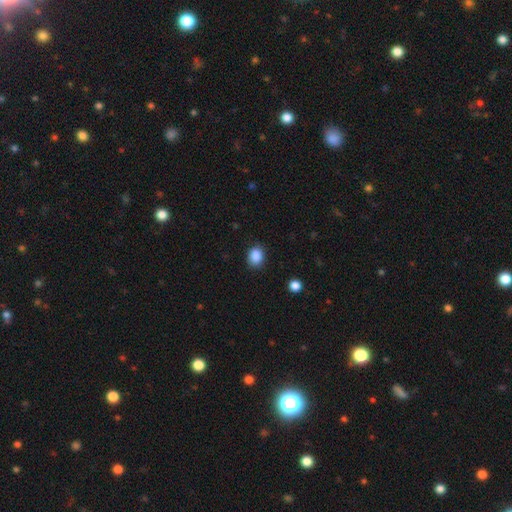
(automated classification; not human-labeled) smooth-or-featured: smooth: 88% | star or artifact: 9% | featured or disk: 3%
  how-rounded: in between: 50% | round: 49% | cigar-shaped: 1%
  merging: none: 86% | minor disturbance: 10% | major disturbance: 3% | merger: 1%